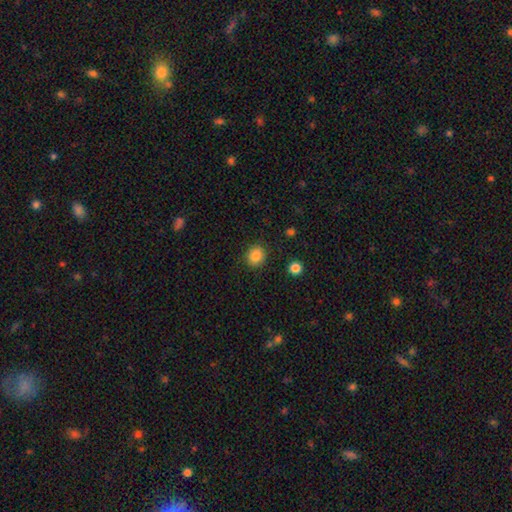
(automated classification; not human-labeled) Smooth or featured: smooth — 85% (star or artifact — 10%)
How rounded: round — 78% (in between — 21%)
Merging: none — 89% (minor disturbance — 7%)